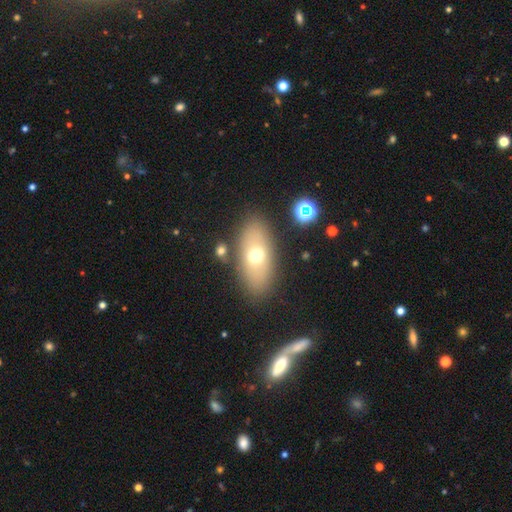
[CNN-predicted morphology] A smooth galaxy with no disk features (63%) that is in between round and cigar-shaped (85%).

Vote fractions:
- Smooth or featured? smooth: 63% / featured or disk: 26% / star or artifact: 11%
- How rounded? in between: 85% / round: 8% / cigar-shaped: 7%
- Merging? none: 81% / minor disturbance: 10% / major disturbance: 5% / merger: 4%